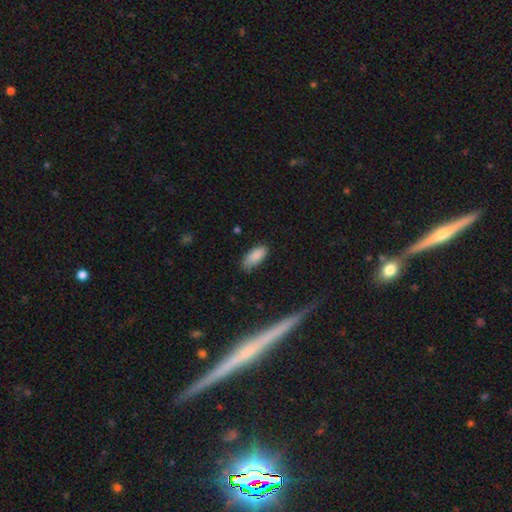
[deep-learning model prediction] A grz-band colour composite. It shows a smooth galaxy with no disk features (87%) that is in between round and cigar-shaped (87%). Merging: none (69%).